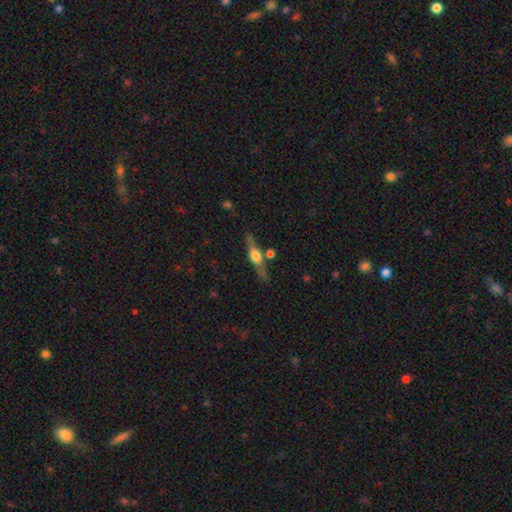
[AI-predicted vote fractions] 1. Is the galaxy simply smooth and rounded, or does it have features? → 67% featured or disk, 27% smooth, 6% star or artifact.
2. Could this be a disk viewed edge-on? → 95% yes, 5% no.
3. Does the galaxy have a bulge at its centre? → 90% rounded, 7% boxy, 3% none.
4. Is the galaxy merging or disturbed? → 78% none, 12% minor disturbance, 7% merger, 3% major disturbance.